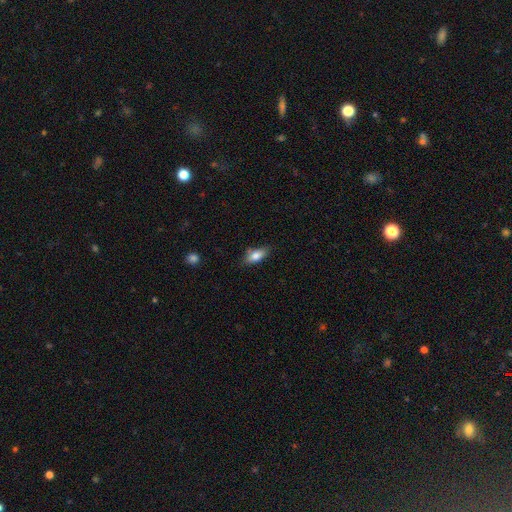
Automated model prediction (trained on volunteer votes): Smooth or featured: smooth — 79% (featured or disk — 14%)
How rounded: in between — 79% (cigar-shaped — 17%)
Merging: none — 75% (minor disturbance — 19%)